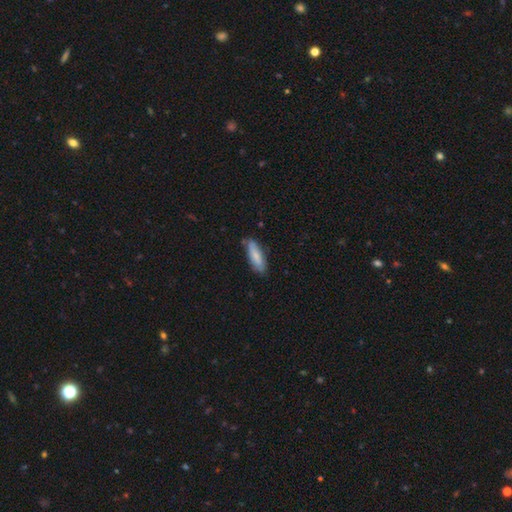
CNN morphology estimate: Smooth or featured? Predicted: smooth (p=0.72). How rounded? Predicted: in between (p=0.56). Merging? Predicted: none (p=0.73).